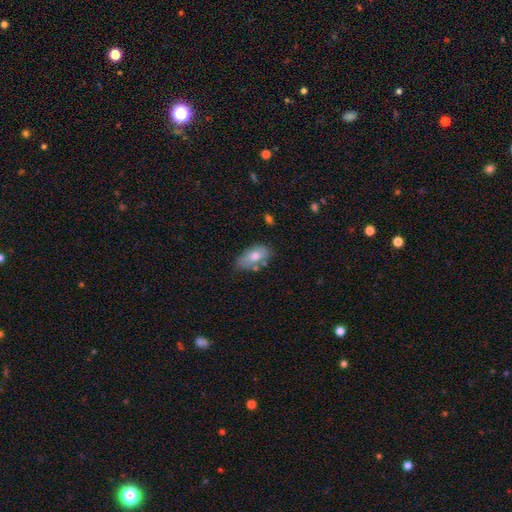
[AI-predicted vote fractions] This appears to be a smooth galaxy with no disk features (73%) that is in between round and cigar-shaped (92%). Merging: none (61%).